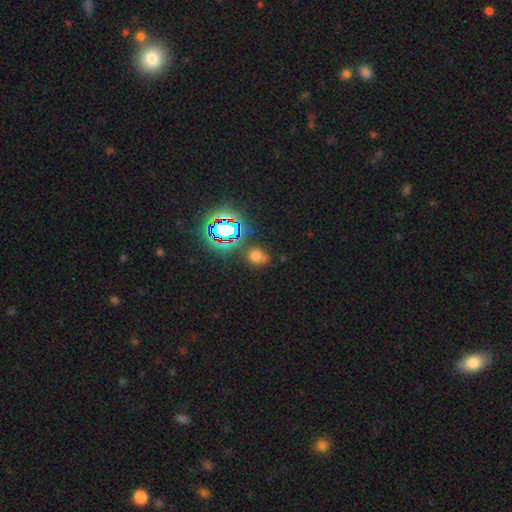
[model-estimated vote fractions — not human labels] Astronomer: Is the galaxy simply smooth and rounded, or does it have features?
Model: smooth — 56% (runner-up: star or artifact, 36%).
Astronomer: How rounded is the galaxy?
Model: round — 58% (runner-up: in between, 41%).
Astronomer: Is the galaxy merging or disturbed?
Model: none — 72%.